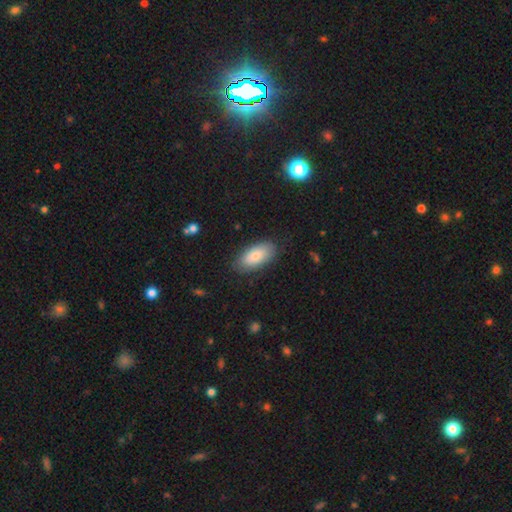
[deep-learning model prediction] Smooth or featured?
  - smooth: 80% *
  - featured or disk: 13%
  - star or artifact: 6%
How rounded?
  - in between: 93% *
  - cigar-shaped: 5%
  - round: 3%
Merging?
  - none: 83% *
  - minor disturbance: 12%
  - major disturbance: 3%
  - merger: 1%